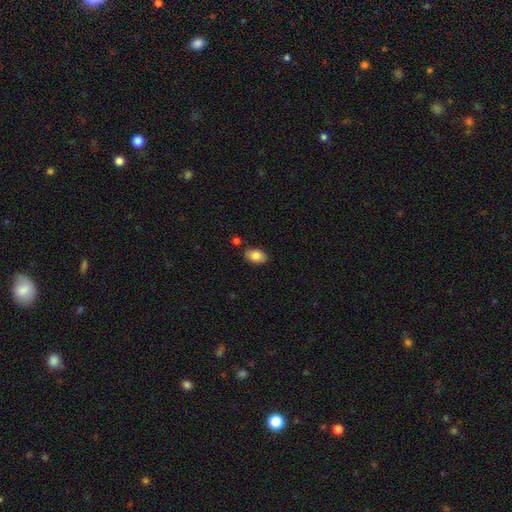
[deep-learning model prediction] Smooth or featured? smooth (85%)
How rounded? in between (90%)
Merging? none (82%)